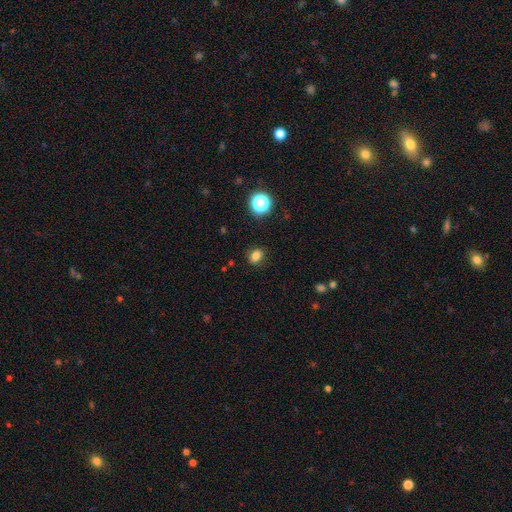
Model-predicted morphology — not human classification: A smooth galaxy with no disk features (81%) that is in between round and cigar-shaped (62%).

Vote fractions:
- Smooth or featured? smooth: 81% / star or artifact: 14% / featured or disk: 5%
- How rounded? in between: 62% / round: 37% / cigar-shaped: 1%
- Merging? none: 86% / minor disturbance: 10% / major disturbance: 3% / merger: 1%